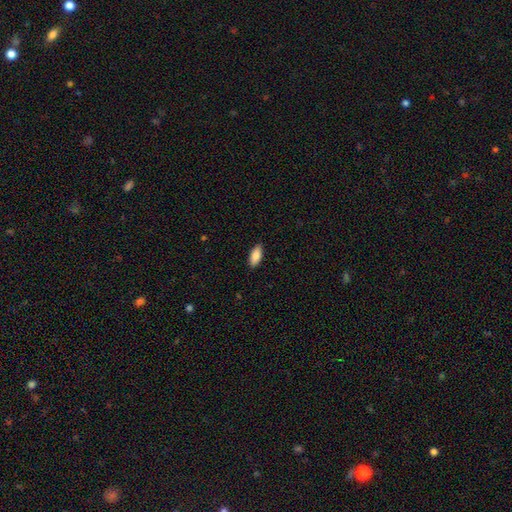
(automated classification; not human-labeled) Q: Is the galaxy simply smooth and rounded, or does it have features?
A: smooth — 87%.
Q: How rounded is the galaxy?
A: in between — 87%.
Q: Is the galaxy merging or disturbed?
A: none — 88%.